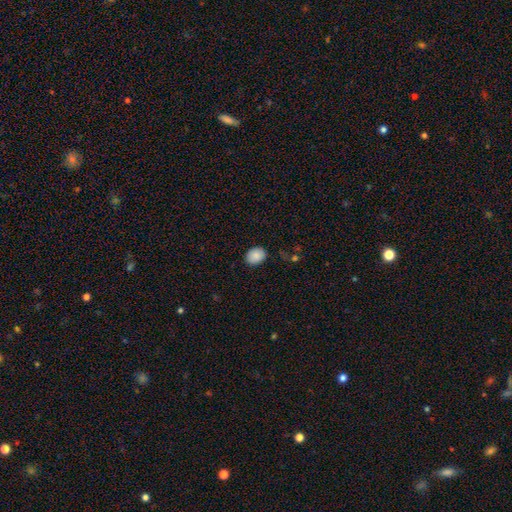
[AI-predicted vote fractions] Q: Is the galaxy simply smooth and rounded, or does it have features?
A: smooth — 89%.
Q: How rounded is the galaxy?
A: in between — 59%.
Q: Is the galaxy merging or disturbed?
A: none — 85%.